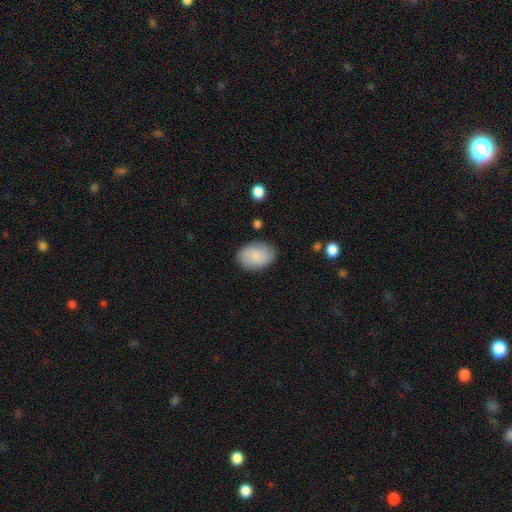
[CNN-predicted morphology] This appears to be a smooth galaxy with no disk features (81%) that is in between round and cigar-shaped (77%). Merging: none (81%).